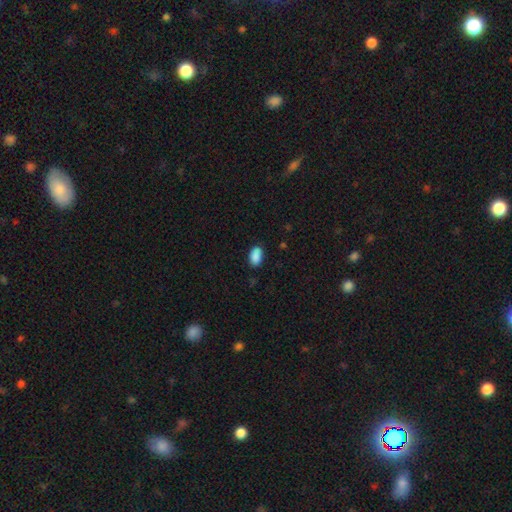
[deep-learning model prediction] A smooth galaxy with no disk features (89%) that is in between round and cigar-shaped (92%).

Vote fractions:
- Smooth or featured? smooth: 89% / star or artifact: 8% / featured or disk: 4%
- How rounded? in between: 92% / round: 6% / cigar-shaped: 2%
- Merging? none: 79% / minor disturbance: 16% / major disturbance: 3% / merger: 2%